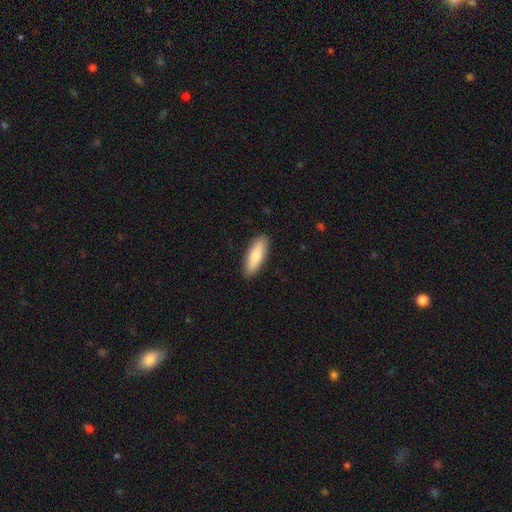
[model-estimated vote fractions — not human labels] smooth 78%, featured or disk 17%, star or artifact 5%. Down the decision tree: how rounded — in between (54%); merging — none (90%).